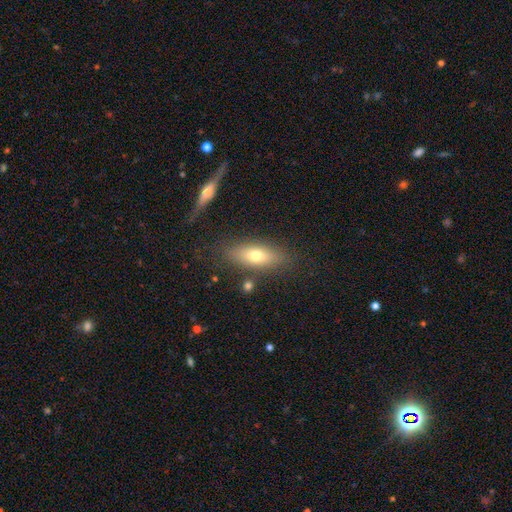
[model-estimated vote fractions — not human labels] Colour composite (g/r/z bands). It shows a smooth galaxy with no disk features (67%) that is in between round and cigar-shaped (70%). Merging: none (79%).